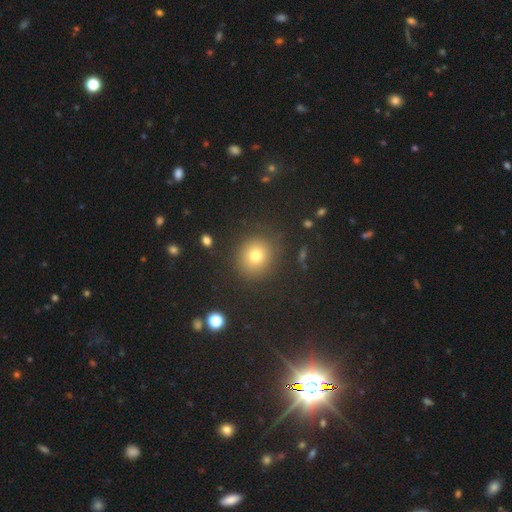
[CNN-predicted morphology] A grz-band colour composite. It shows a smooth galaxy with no disk features (75%) that is round (86%). Merging: none (87%).